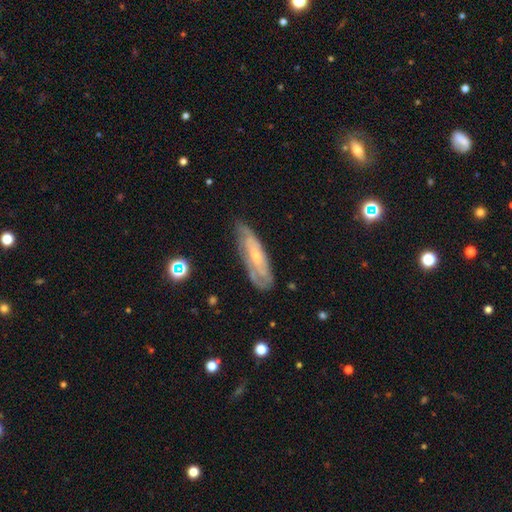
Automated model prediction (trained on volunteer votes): This is likely a featured or disk galaxy (66%). It is likely not viewed edge-on (76%). Bar: likely no (66%). Spiral arm pattern: likely yes (79%). Central bulge: likely small (68%). Merging: likely none (68%).